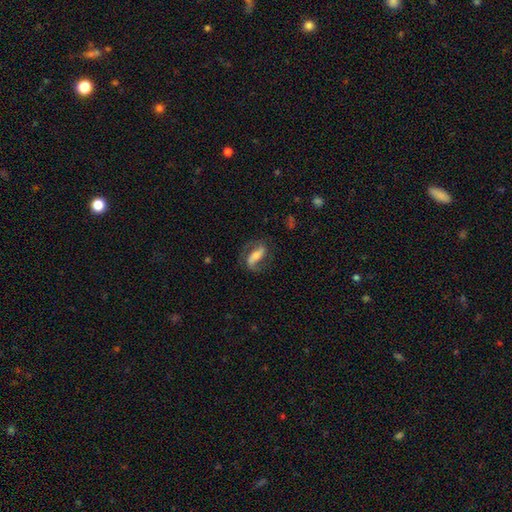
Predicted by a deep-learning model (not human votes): The model was most divided on "bulge size": moderate: 42%, small: 34%, large: 14%, none: 7%, dominant: 3%. Remaining: edge-on disk — no (91%); spiral arms — yes (90%); spiral arm count — 2 (82%); smooth or featured — featured or disk (70%); merging — none (68%); bar — strong (54%); spiral winding — medium (45%).